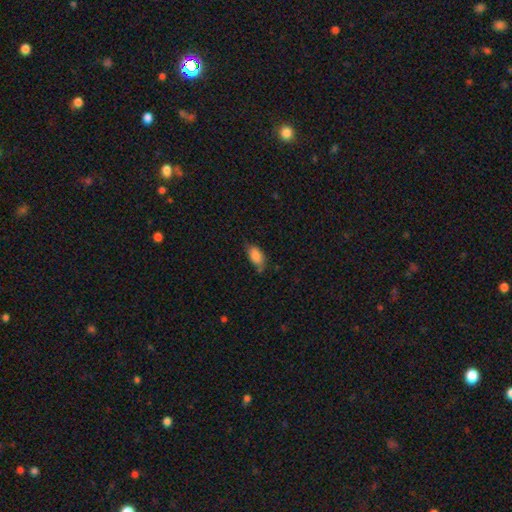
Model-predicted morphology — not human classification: Smooth or featured? Predicted: smooth (p=0.85). How rounded? Predicted: in between (p=0.92). Merging? Predicted: none (p=0.62).